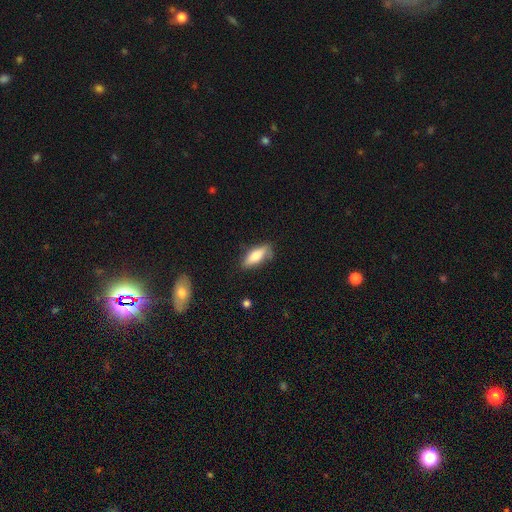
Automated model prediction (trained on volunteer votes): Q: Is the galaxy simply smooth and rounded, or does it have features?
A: smooth — 70%.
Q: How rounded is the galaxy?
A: in between — 61%.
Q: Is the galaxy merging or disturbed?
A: none — 72%.